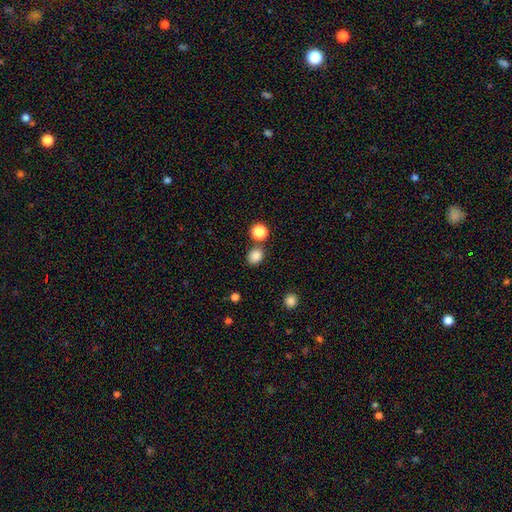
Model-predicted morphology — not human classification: Smooth or featured? Predicted: smooth (p=0.84). How rounded? Predicted: round (p=0.58). Merging? Predicted: none (p=0.77).